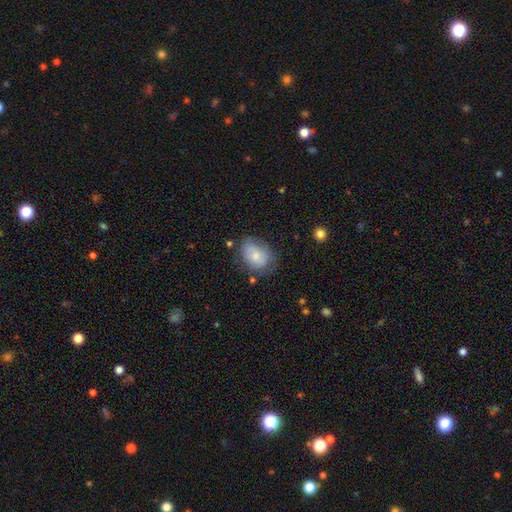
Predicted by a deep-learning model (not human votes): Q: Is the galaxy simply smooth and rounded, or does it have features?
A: smooth — 73%.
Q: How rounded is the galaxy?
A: in between — 73%.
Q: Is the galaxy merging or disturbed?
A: none — 58%.